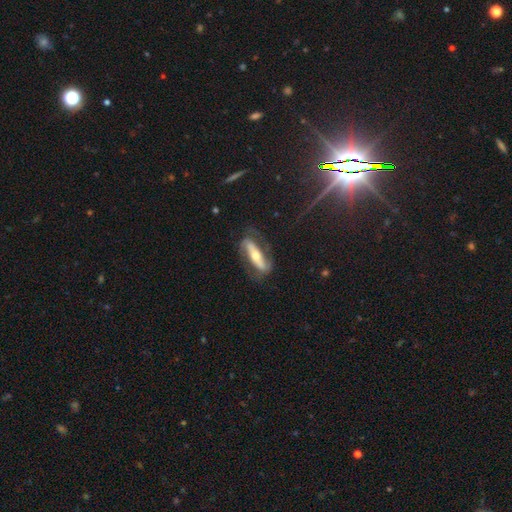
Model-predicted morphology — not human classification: Q: Smooth or featured?
A: featured or disk (71%); runner-up: smooth (23%)
Q: Edge-on disk?
A: no (70%); runner-up: yes (30%)
Q: Merging?
A: none (69%); runner-up: minor disturbance (18%)